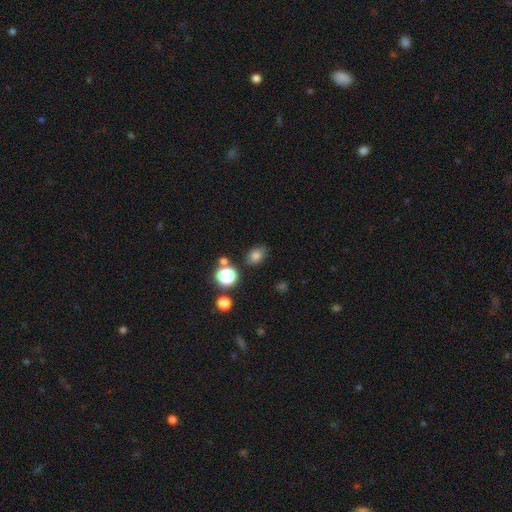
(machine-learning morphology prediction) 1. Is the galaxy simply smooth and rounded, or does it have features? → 77% smooth, 16% star or artifact, 7% featured or disk.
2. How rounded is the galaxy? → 57% in between, 41% round, 1% cigar-shaped.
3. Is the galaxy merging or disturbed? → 76% none, 16% minor disturbance, 4% merger, 4% major disturbance.